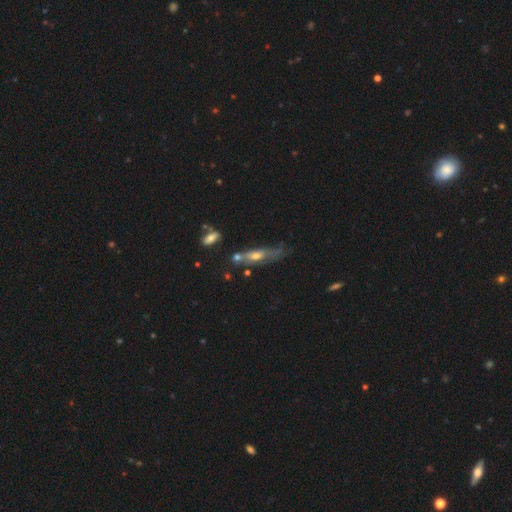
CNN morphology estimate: Q: Smooth or featured?
A: featured or disk (52%); runner-up: smooth (34%)
Q: Edge-on disk?
A: yes (65%); runner-up: no (35%)
Q: Merging?
A: none (45%); runner-up: minor disturbance (25%)